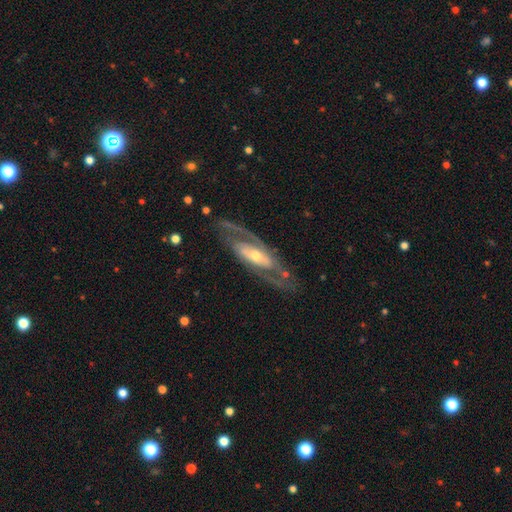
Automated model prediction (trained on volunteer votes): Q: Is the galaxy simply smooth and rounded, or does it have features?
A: featured or disk — 87%.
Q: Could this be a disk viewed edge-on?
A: no — 87%.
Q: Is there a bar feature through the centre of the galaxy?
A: no — 38%.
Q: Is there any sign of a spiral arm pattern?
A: yes — 91%.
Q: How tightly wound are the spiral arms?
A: medium — 49%.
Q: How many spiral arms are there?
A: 2 — 86%.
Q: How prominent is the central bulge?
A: moderate — 54%.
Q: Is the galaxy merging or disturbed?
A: none — 78%.